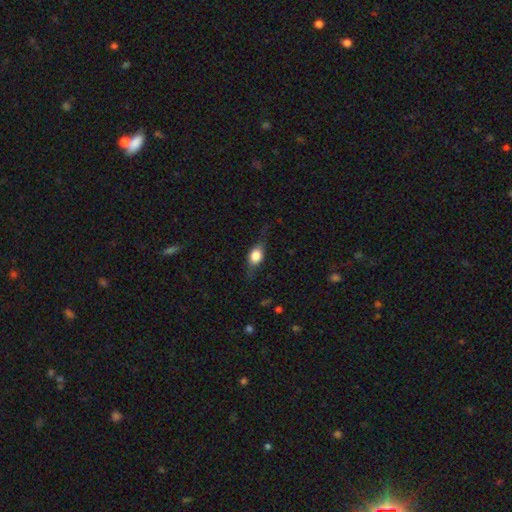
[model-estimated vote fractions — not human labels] This appears to be a smooth galaxy with no disk features (59%) that is in between round and cigar-shaped (65%). Merging: none (68%).